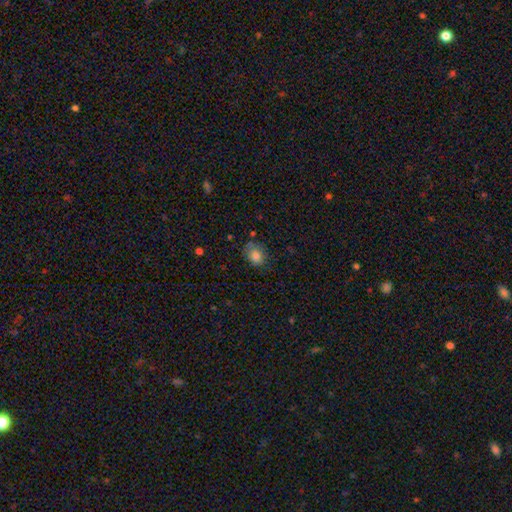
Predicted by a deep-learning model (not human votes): smooth 81%, star or artifact 10%, featured or disk 9%. Down the decision tree: how rounded — in between (51%); merging — none (70%).